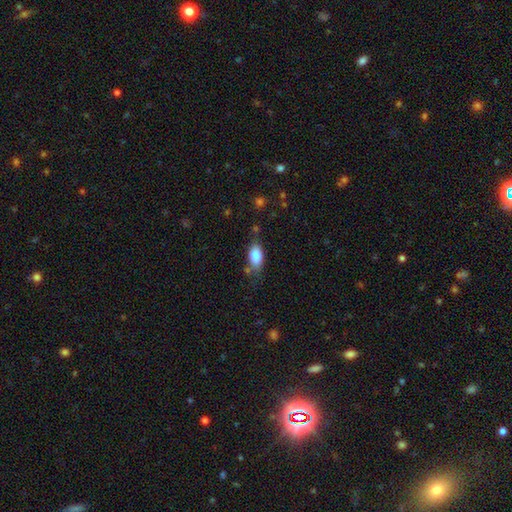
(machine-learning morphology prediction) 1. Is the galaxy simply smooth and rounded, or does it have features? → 83% smooth, 10% featured or disk, 7% star or artifact.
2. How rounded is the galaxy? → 88% in between, 7% cigar-shaped, 6% round.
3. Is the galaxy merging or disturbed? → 67% none, 22% minor disturbance, 6% major disturbance, 5% merger.